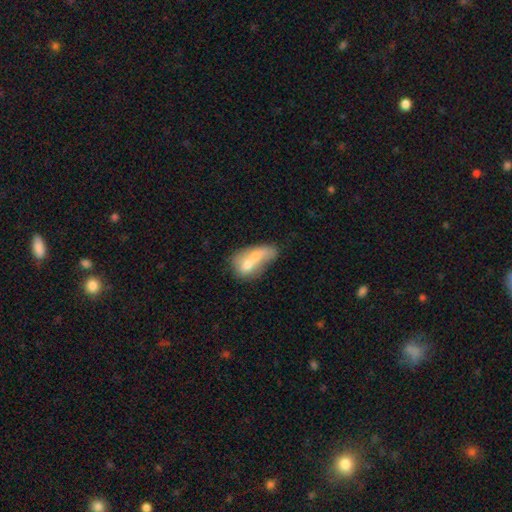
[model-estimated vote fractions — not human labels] Smooth or featured: smooth — 60% (featured or disk — 33%)
How rounded: in between — 74% (round — 18%)
Merging: merger — 70% (none — 13%)